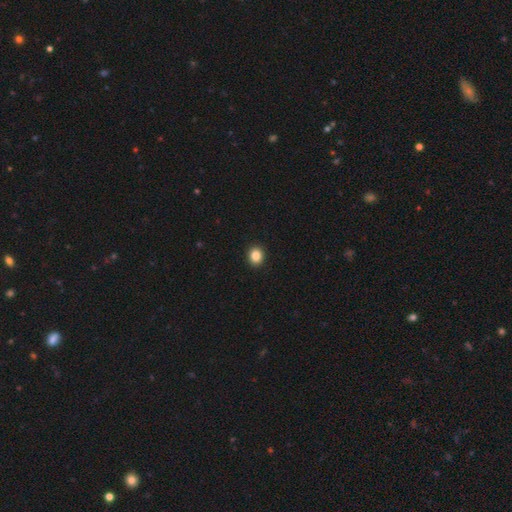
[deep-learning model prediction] smooth-or-featured: smooth: 85% | star or artifact: 10% | featured or disk: 5%
  how-rounded: round: 75% | in between: 24% | cigar-shaped: 1%
  merging: none: 93% | minor disturbance: 4% | major disturbance: 1% | merger: 1%